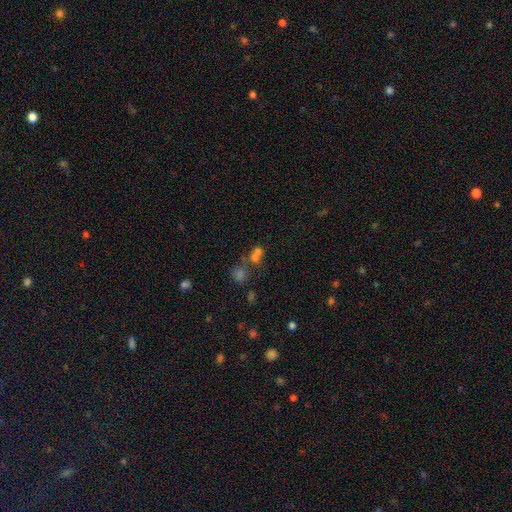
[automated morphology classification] This is possibly a smooth galaxy (50%). Merging: marginally none (44%, tied with merger).